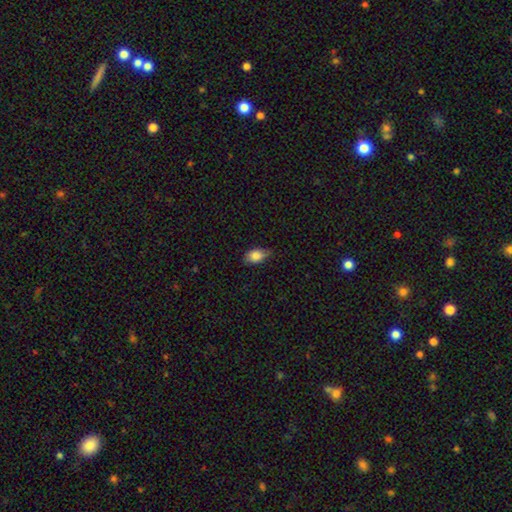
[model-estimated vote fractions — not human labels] This appears to be a smooth galaxy with no disk features (83%) that is in between round and cigar-shaped (83%). Merging: none (57%).